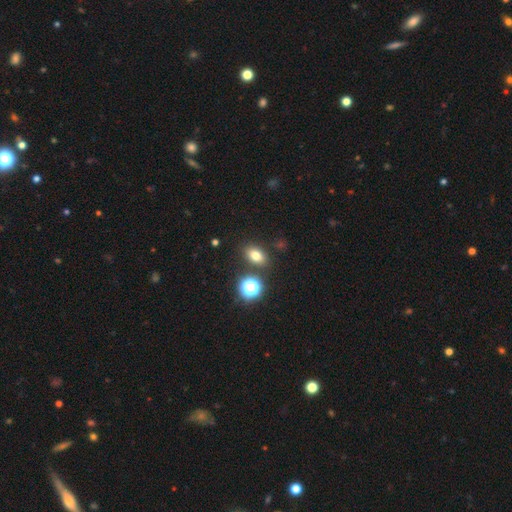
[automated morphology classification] Overall: smooth (73%). How rounded: in between (71%). Merging: none (81%).